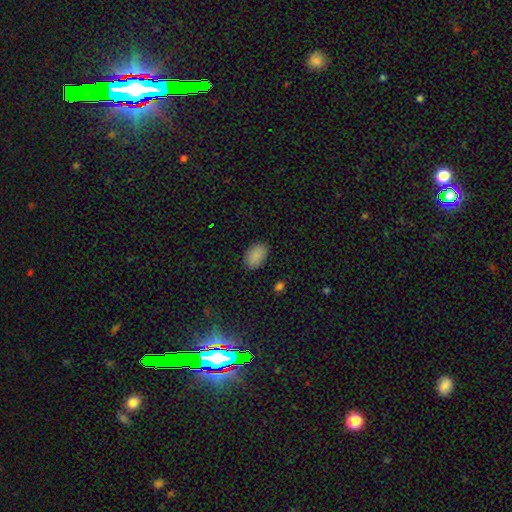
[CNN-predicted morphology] smooth-or-featured: smooth: 89% | star or artifact: 8% | featured or disk: 3%
  how-rounded: in between: 90% | round: 9% | cigar-shaped: 1%
  merging: none: 87% | minor disturbance: 10% | major disturbance: 2% | merger: 1%